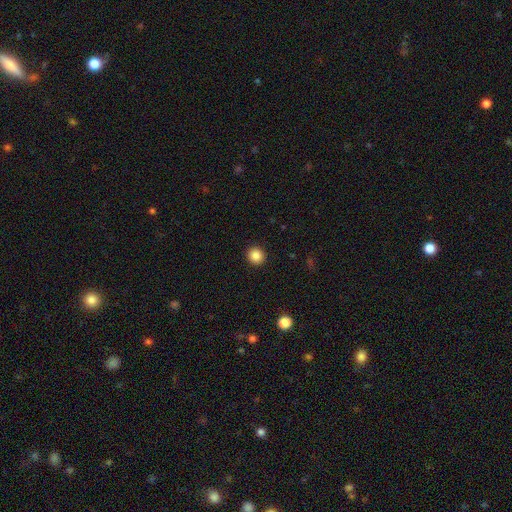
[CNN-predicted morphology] A smooth galaxy with no disk features (86%) that is round (91%). Merging: none (93%).